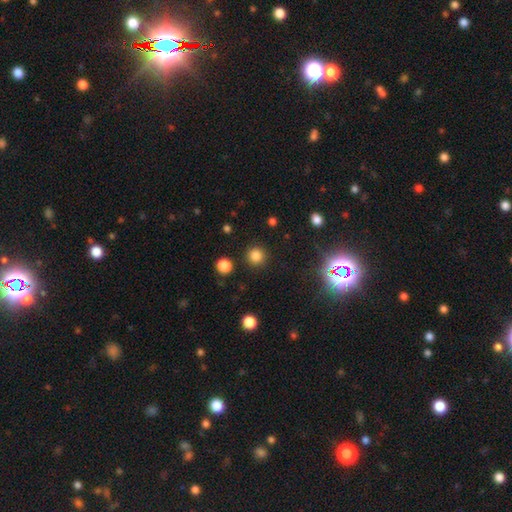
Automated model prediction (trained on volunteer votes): This appears to be a smooth galaxy with no disk features (81%) that is round (95%). Merging: none (90%).